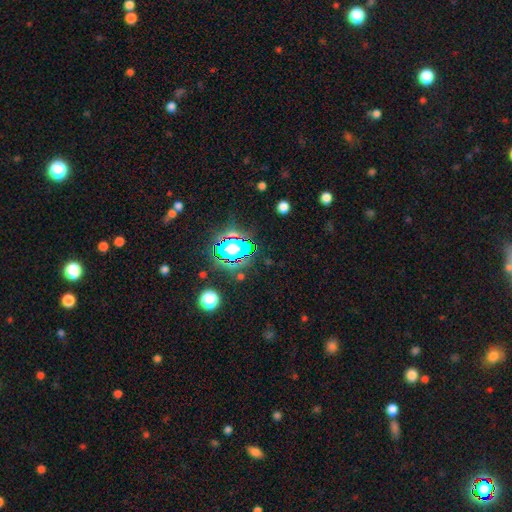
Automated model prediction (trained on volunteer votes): Q: Smooth or featured?
A: star or artifact (81%); runner-up: smooth (12%)